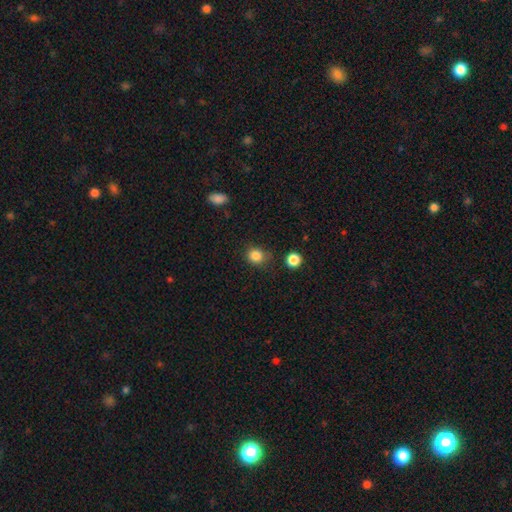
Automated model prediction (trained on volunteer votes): Smooth or featured? smooth (85%)
How rounded? round (81%)
Merging? none (77%)